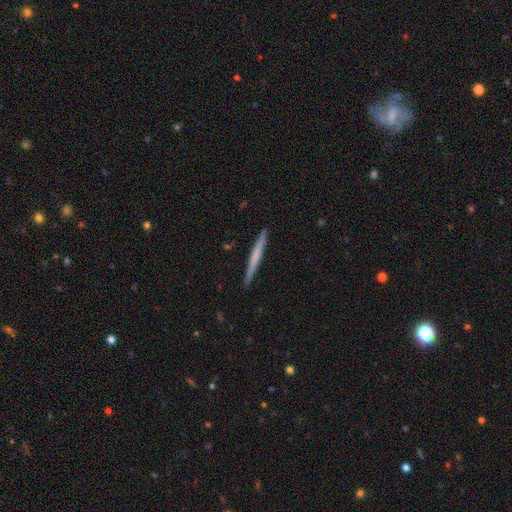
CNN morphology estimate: Smooth or featured?
  - smooth: 52% *
  - featured or disk: 43%
  - star or artifact: 5%
How rounded?
  - cigar-shaped: 97% *
  - in between: 2%
  - round: 1%
Merging?
  - none: 92% *
  - minor disturbance: 6%
  - major disturbance: 1%
  - merger: 1%